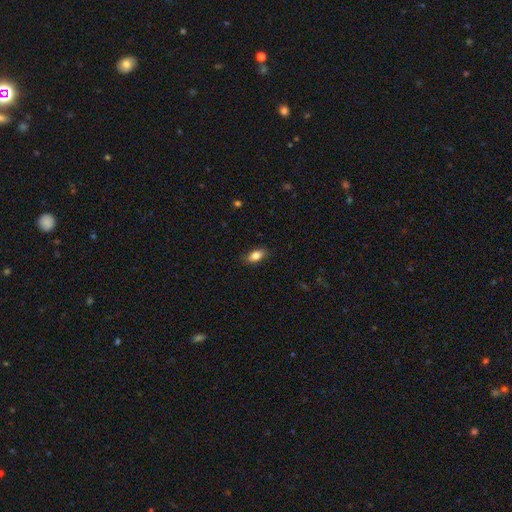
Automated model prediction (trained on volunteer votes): Smooth or featured? smooth (81%)
How rounded? in between (87%)
Merging? none (87%)